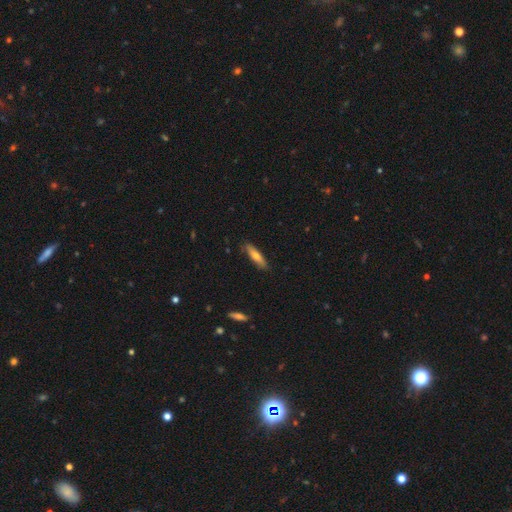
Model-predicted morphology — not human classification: smooth_or_featured: smooth (p=0.64) [alt: featured or disk p=0.29]
how_rounded: cigar-shaped (p=0.74) [alt: in between p=0.24]
merging: none (p=0.85) [alt: minor disturbance p=0.12]